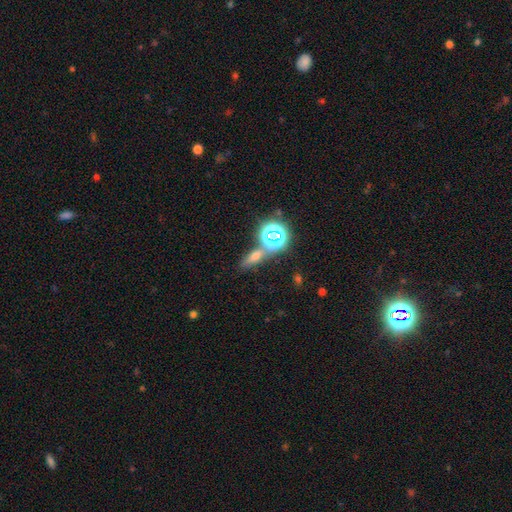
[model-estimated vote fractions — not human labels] Smooth or featured? smooth (46%)
Merging? none (70%)